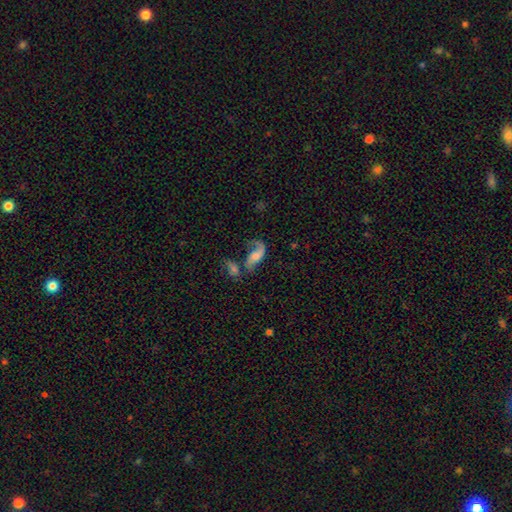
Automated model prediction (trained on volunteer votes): featured or disk 66%, smooth 25%, star or artifact 9%. Down the decision tree: edge-on disk — no (93%); bar — no (56%); spiral arms — yes (87%); spiral arm count — 2 (69%); spiral winding — loose (76%); bulge size — moderate (38%); merging — none (33%).